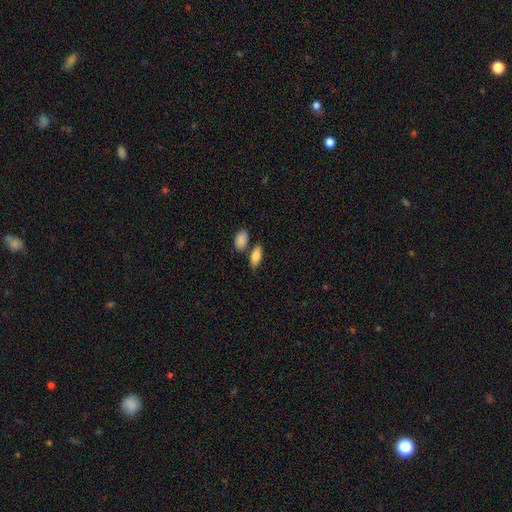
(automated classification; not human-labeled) Morphology: type=smooth (82%); roundness=in between (83%); merging=none (62%).